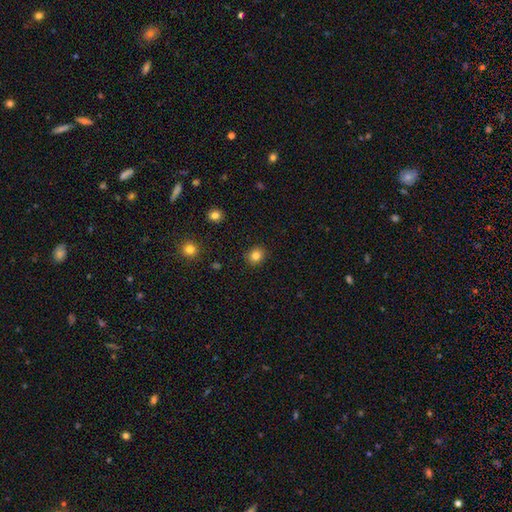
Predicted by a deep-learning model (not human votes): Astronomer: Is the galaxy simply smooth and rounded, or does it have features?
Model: smooth — 83%.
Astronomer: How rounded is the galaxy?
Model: round — 77%.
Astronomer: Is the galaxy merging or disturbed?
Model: none — 90%.